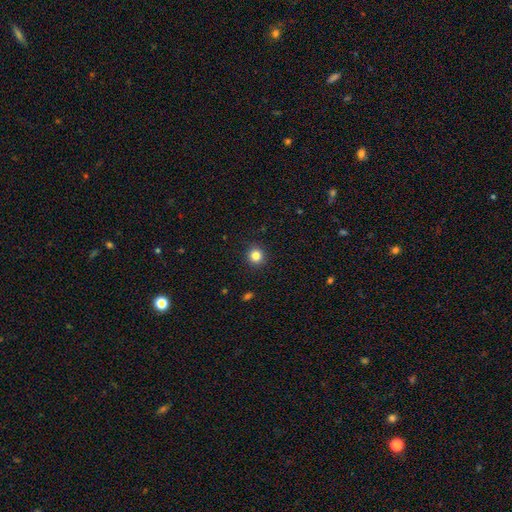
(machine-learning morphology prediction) Smooth or featured? smooth (84%)
How rounded? round (91%)
Merging? none (92%)